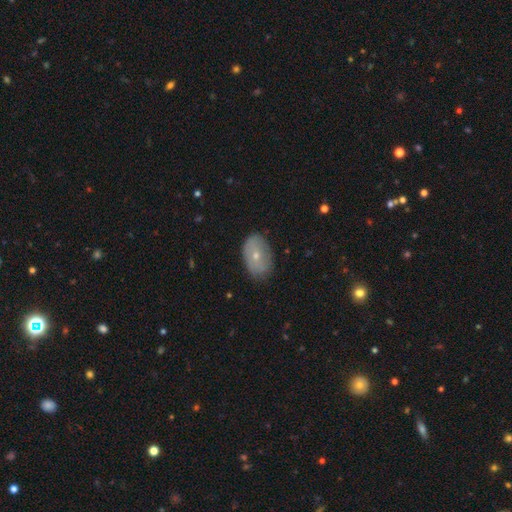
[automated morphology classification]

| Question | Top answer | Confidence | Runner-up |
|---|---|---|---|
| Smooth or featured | smooth | 54% | featured or disk (37%) |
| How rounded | in between | 85% | round (14%) |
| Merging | none | 77% | minor disturbance (17%) |